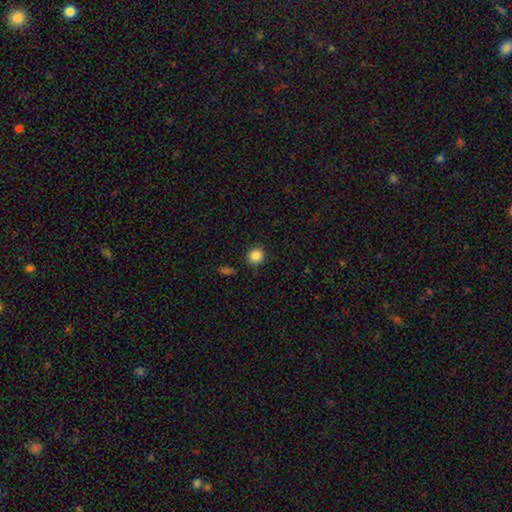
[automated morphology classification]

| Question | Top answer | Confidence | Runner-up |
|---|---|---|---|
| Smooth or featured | smooth | 85% | star or artifact (11%) |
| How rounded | round | 94% | in between (5%) |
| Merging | none | 90% | minor disturbance (6%) |